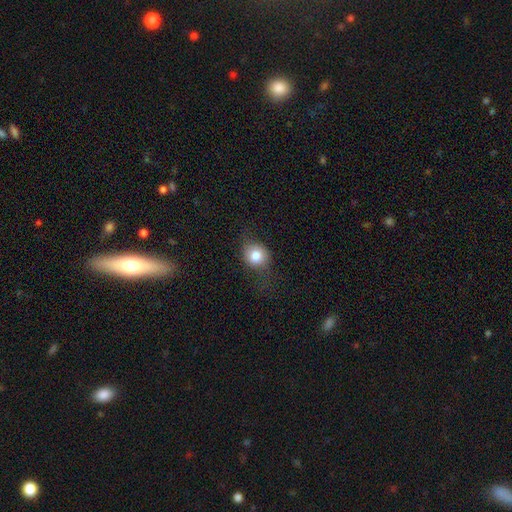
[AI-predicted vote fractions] Smooth or featured?
  - smooth: 78% *
  - featured or disk: 12%
  - star or artifact: 10%
How rounded?
  - round: 72% *
  - in between: 27%
  - cigar-shaped: 1%
Merging?
  - none: 68% *
  - minor disturbance: 21%
  - major disturbance: 10%
  - merger: 1%